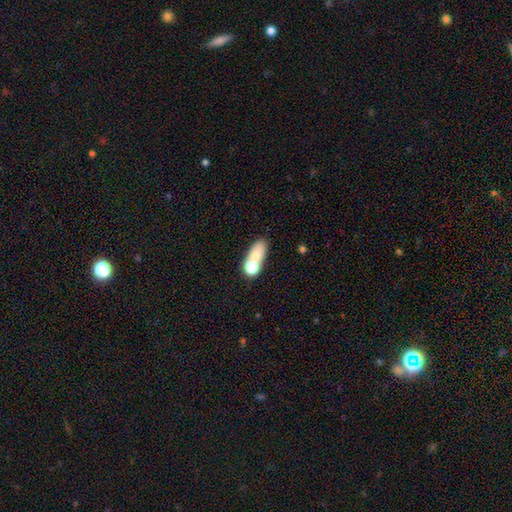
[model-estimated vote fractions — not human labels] A smooth galaxy with no disk features (69%) that is in between round and cigar-shaped (74%).

Vote fractions:
- Smooth or featured? smooth: 69% / featured or disk: 20% / star or artifact: 11%
- How rounded? in between: 74% / round: 16% / cigar-shaped: 10%
- Merging? none: 45% / merger: 38% / minor disturbance: 11% / major disturbance: 6%